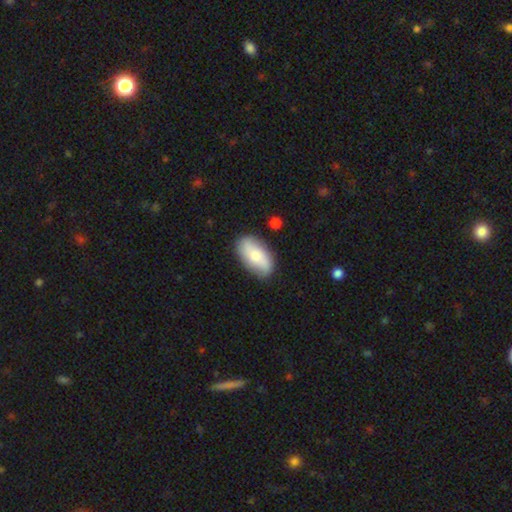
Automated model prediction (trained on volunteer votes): A smooth galaxy with no disk features (69%) that is in between round and cigar-shaped (93%).

Vote fractions:
- Smooth or featured? smooth: 69% / featured or disk: 25% / star or artifact: 6%
- How rounded? in between: 93% / round: 4% / cigar-shaped: 4%
- Merging? none: 81% / minor disturbance: 14% / major disturbance: 3% / merger: 2%